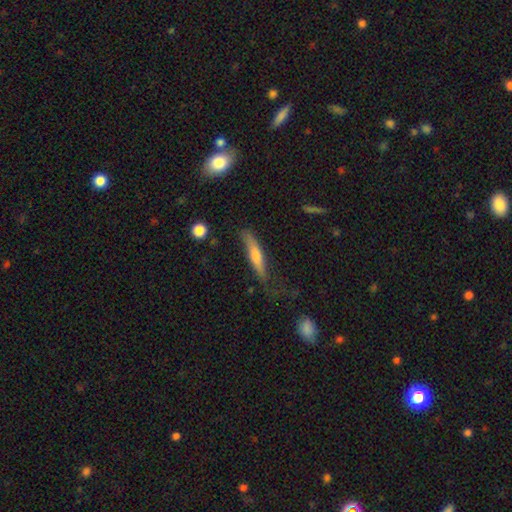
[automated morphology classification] Smooth or featured: smooth — 55% (featured or disk — 39%)
How rounded: cigar-shaped — 87% (in between — 11%)
Merging: none — 62% (minor disturbance — 26%)